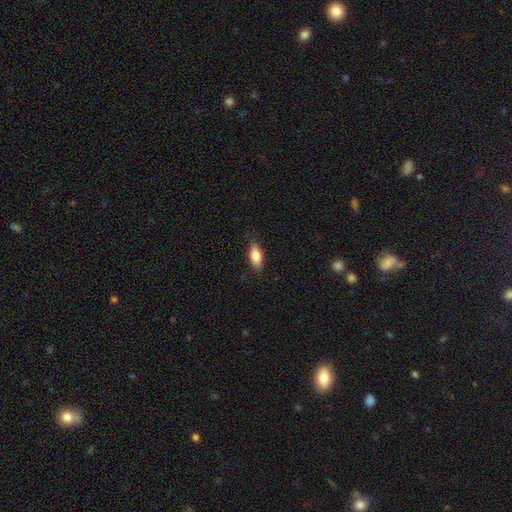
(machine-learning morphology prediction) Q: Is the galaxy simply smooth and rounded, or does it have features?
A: smooth — 81%.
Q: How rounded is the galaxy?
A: in between — 83%.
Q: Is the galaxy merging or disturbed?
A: none — 84%.